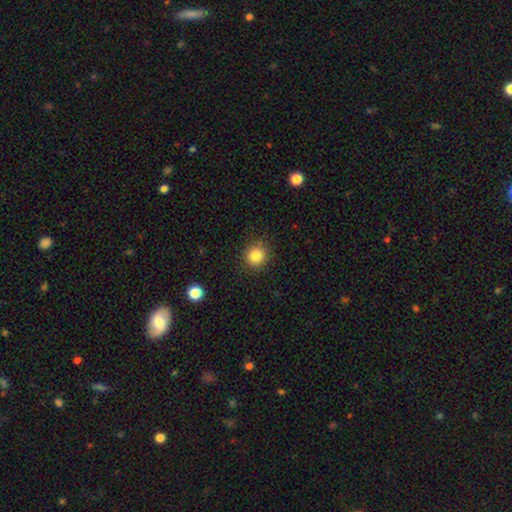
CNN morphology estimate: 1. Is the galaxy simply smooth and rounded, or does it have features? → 84% smooth, 11% star or artifact, 5% featured or disk.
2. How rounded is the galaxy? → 88% round, 11% in between, 1% cigar-shaped.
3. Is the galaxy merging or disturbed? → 89% none, 8% minor disturbance, 2% major disturbance, 1% merger.